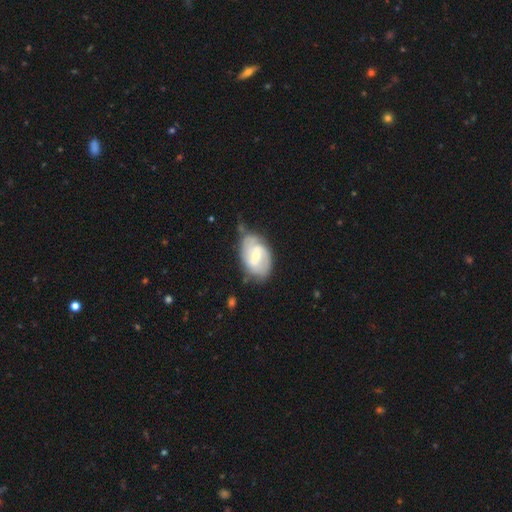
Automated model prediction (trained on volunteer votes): The model was most divided on "bulge size": moderate: 49%, small: 47%, large: 2%, none: 1%, dominant: 1%. Remaining: edge-on disk — no (97%); spiral arms — yes (91%); smooth or featured — featured or disk (77%); spiral arm count — 2 (70%); merging — none (59%); bar — weak (55%); spiral winding — medium (44%).